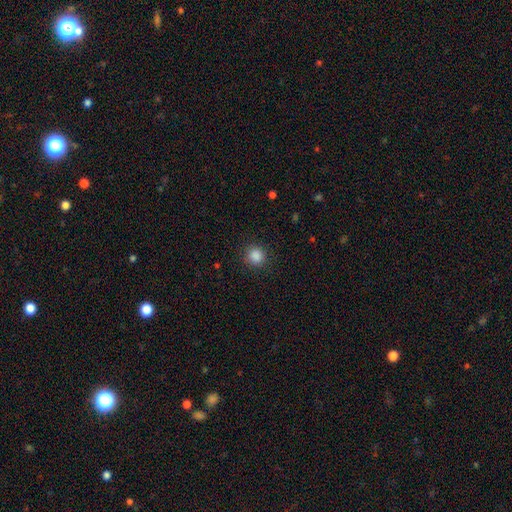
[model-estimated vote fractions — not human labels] This appears to be a smooth galaxy with no disk features (87%) that is round (90%). Merging: none (89%).